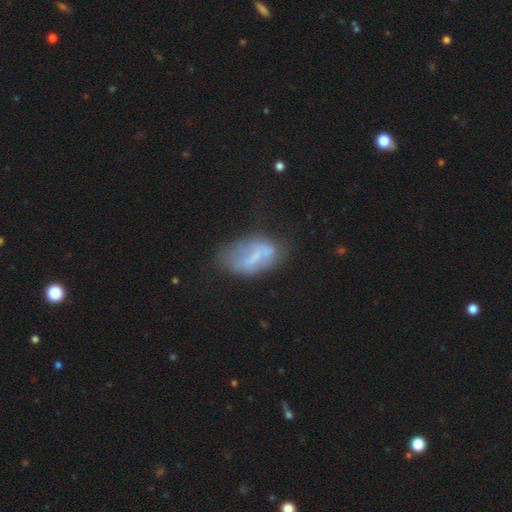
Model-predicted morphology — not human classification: type=smooth (46%); merging=none (48%).